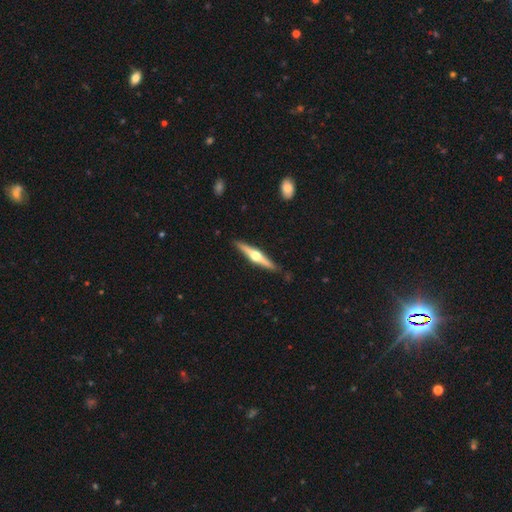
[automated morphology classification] Overall: featured or disk (75%). Edge-on disk: yes (98%). Edge-on bulge: rounded (96%). Merging: none (89%).